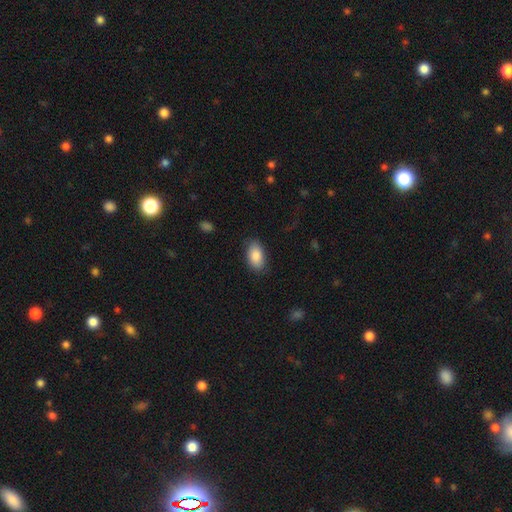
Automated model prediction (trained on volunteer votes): A smooth galaxy with no disk features (87%) that is in between round and cigar-shaped (94%).

Vote fractions:
- Smooth or featured? smooth: 87% / featured or disk: 6% / star or artifact: 6%
- How rounded? in between: 94% / round: 5% / cigar-shaped: 2%
- Merging? none: 83% / minor disturbance: 13% / major disturbance: 3% / merger: 1%